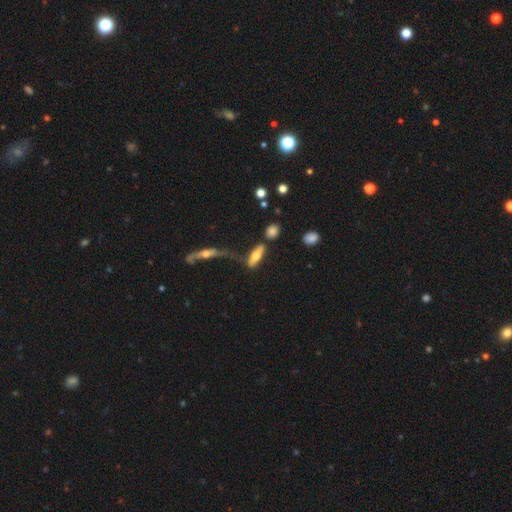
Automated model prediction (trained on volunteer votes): Smooth or featured? Predicted: smooth (p=0.54). How rounded? Predicted: in between (p=0.55). Merging? Predicted: none (p=0.52).